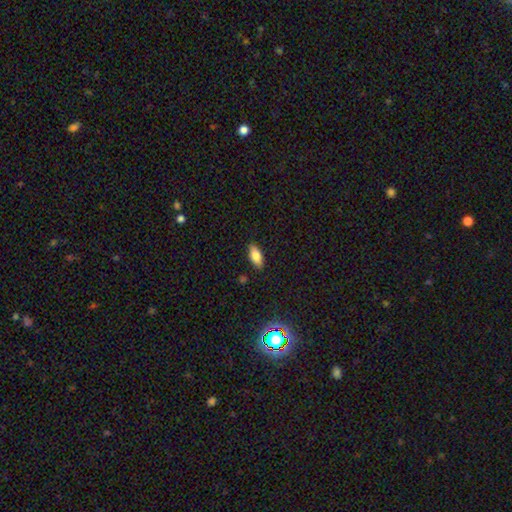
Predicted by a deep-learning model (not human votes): A smooth galaxy with no disk features (78%) that is in between round and cigar-shaped (83%).

Vote fractions:
- Smooth or featured? smooth: 78% / featured or disk: 13% / star or artifact: 9%
- How rounded? in between: 83% / cigar-shaped: 14% / round: 3%
- Merging? none: 88% / minor disturbance: 9% / major disturbance: 2% / merger: 1%